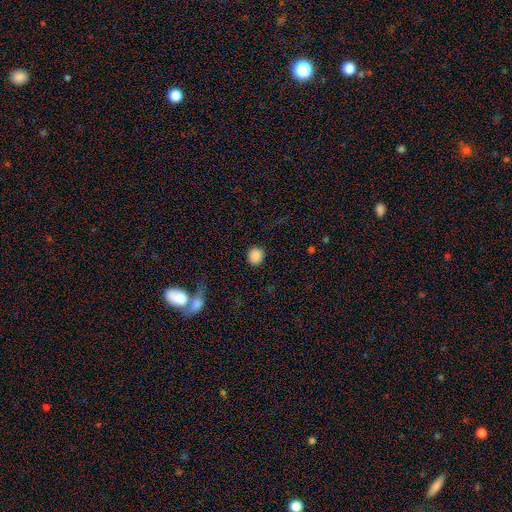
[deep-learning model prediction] Overall: smooth (87%). How rounded: round (89%). Merging: none (90%).